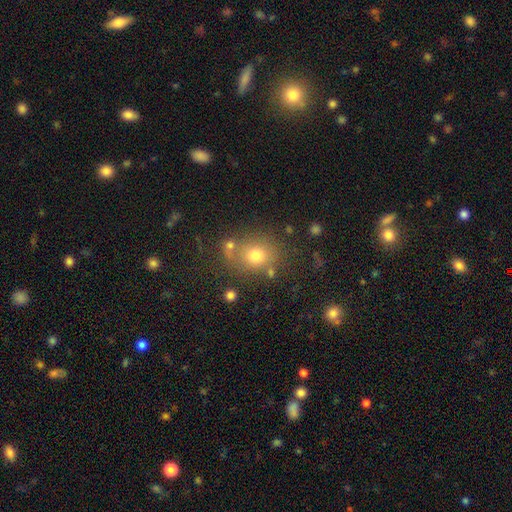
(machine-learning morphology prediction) Overall: smooth (72%). How rounded: round (74%). Merging: none (70%).